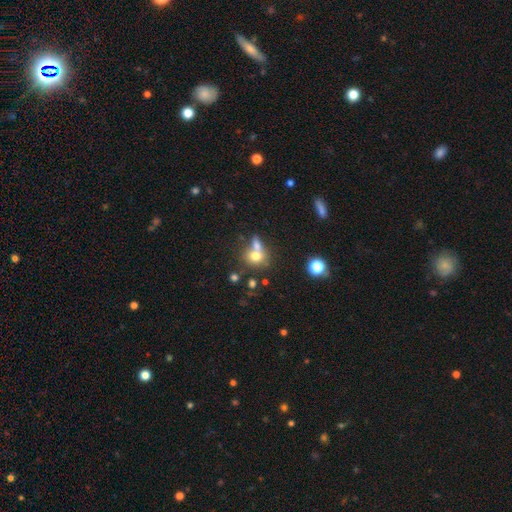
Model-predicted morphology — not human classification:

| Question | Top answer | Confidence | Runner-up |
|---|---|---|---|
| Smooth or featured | smooth | 72% | featured or disk (16%) |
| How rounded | round | 66% | in between (33%) |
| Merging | merger | 48% | none (37%) |